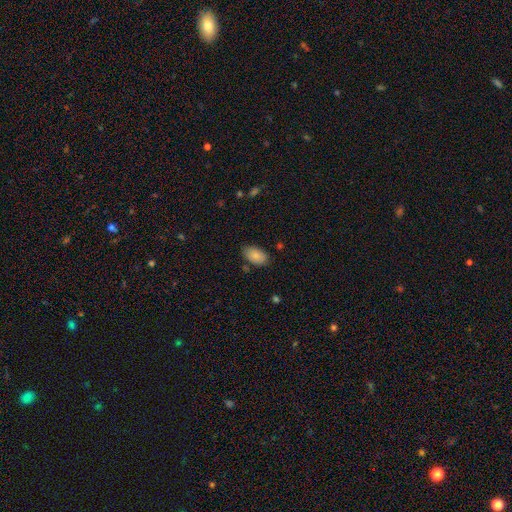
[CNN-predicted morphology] A smooth galaxy with no disk features (85%) that is in between round and cigar-shaped (93%). Merging: none (79%).